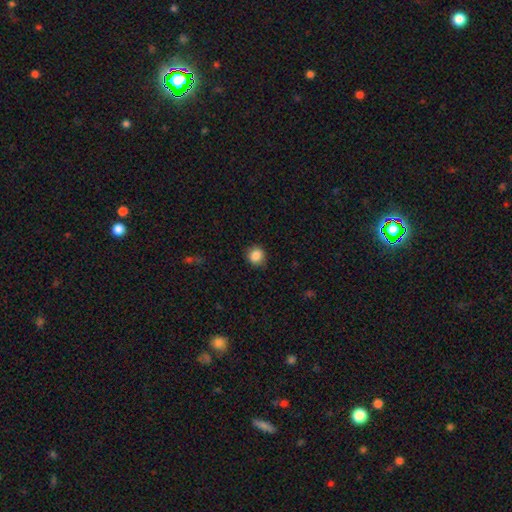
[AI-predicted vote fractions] A smooth galaxy with no disk features (87%) that is round (86%).

Vote fractions:
- Smooth or featured? smooth: 87% / star or artifact: 10% / featured or disk: 4%
- How rounded? round: 86% / in between: 13% / cigar-shaped: 1%
- Merging? none: 87% / minor disturbance: 10% / major disturbance: 3% / merger: 1%